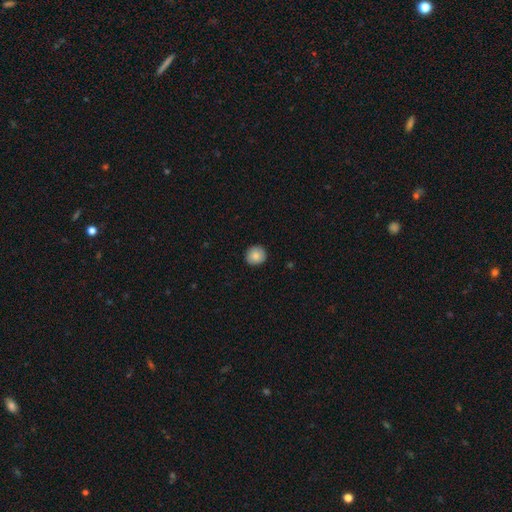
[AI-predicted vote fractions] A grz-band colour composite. It shows a smooth galaxy with no disk features (85%) that is round (90%). Merging: none (89%).